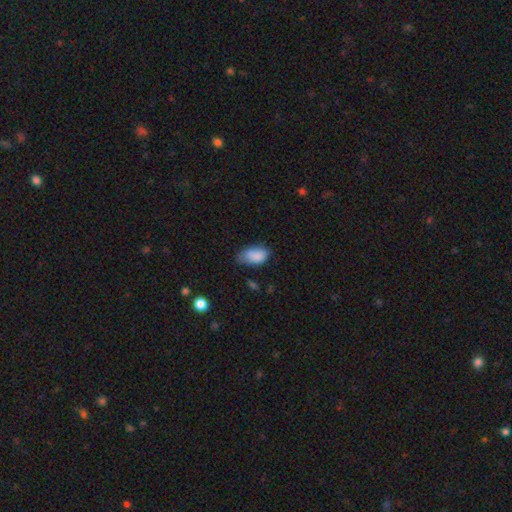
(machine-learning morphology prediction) This is clearly a smooth galaxy (85%). How rounded: clearly in between (92%). Merging: possibly none (51%).